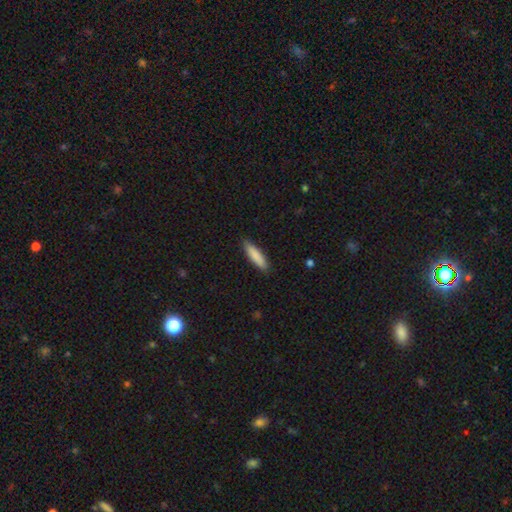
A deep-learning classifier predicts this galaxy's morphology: Smooth or featured? Predicted: smooth (p=0.84). How rounded? Predicted: cigar-shaped (p=0.76). Merging? Predicted: none (p=0.88).